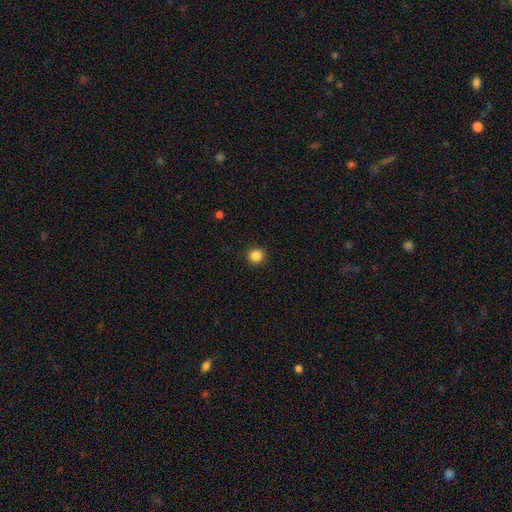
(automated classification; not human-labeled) Smooth or featured: smooth — 86% (star or artifact — 11%)
How rounded: round — 94% (in between — 5%)
Merging: none — 93% (minor disturbance — 5%)